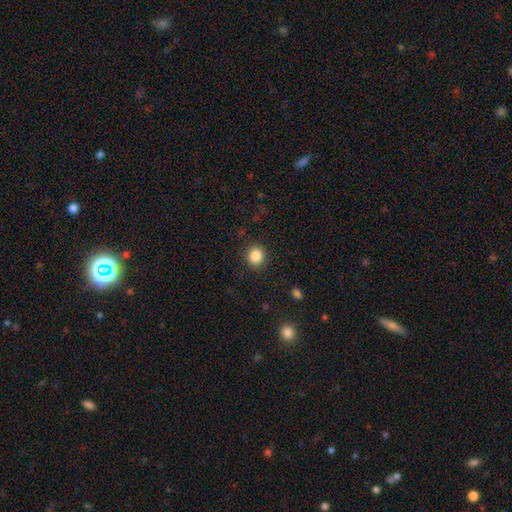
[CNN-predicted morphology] Smooth or featured? Predicted: smooth (p=0.86). How rounded? Predicted: round (p=0.78). Merging? Predicted: none (p=0.90).